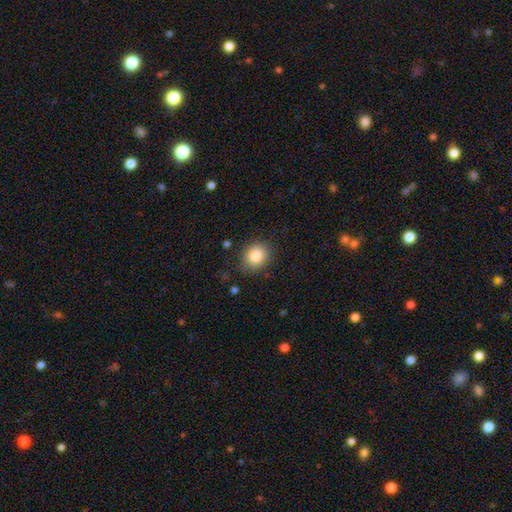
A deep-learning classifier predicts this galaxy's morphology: type=smooth (85%); roundness=round (72%); merging=none (85%).